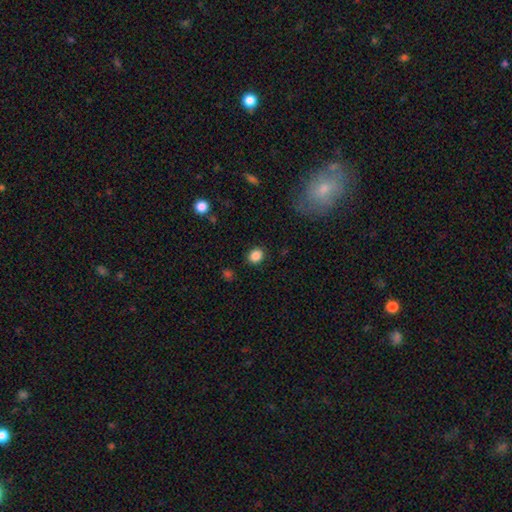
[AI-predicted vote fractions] Smooth or featured?
  - smooth: 86% *
  - star or artifact: 10%
  - featured or disk: 3%
How rounded?
  - round: 56% *
  - in between: 43%
  - cigar-shaped: 1%
Merging?
  - none: 87% *
  - minor disturbance: 9%
  - major disturbance: 3%
  - merger: 1%